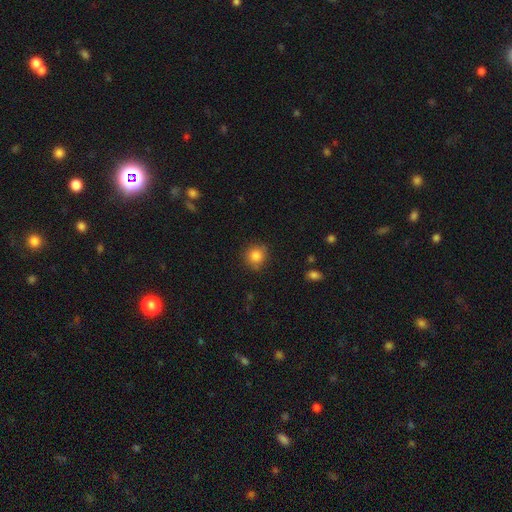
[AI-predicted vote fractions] This appears to be a smooth galaxy with no disk features (85%) that is round (90%). Merging: none (85%).